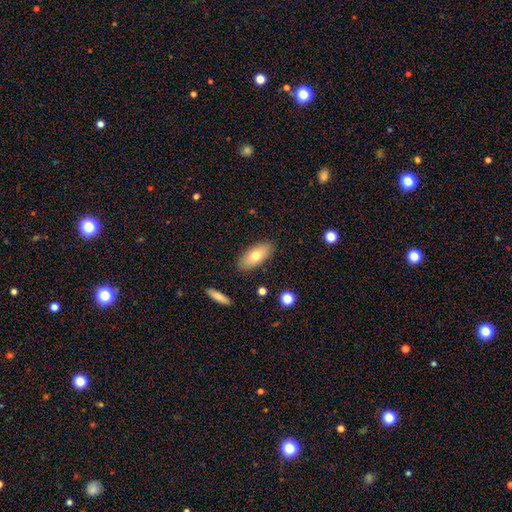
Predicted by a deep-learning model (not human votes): Smooth or featured? smooth (70%)
How rounded? in between (87%)
Merging? none (86%)